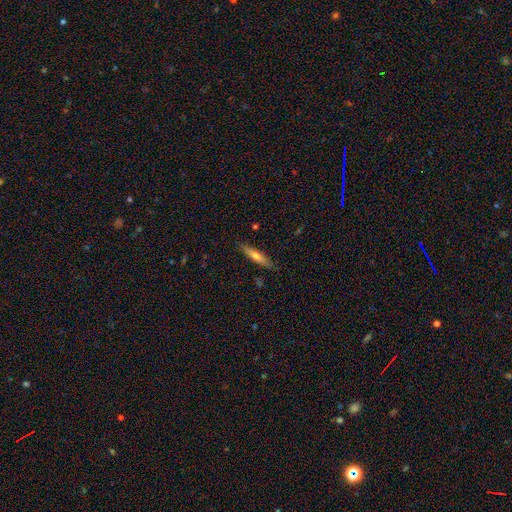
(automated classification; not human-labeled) smooth-or-featured: smooth: 50% | featured or disk: 43% | star or artifact: 7%
  how-rounded: cigar-shaped: 89% | in between: 9% | round: 2%
  merging: none: 88% | minor disturbance: 9% | major disturbance: 2% | merger: 1%